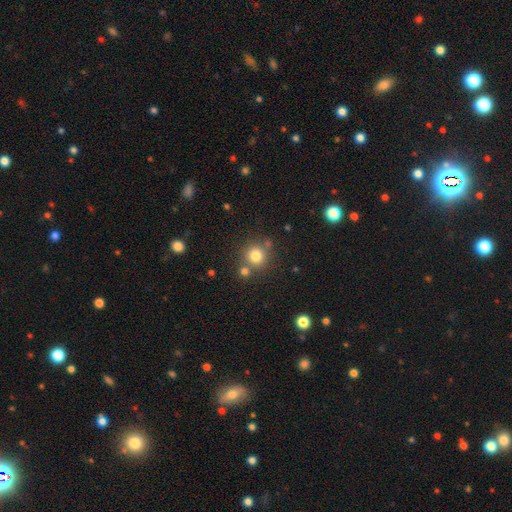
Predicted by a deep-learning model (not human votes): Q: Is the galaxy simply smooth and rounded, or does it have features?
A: smooth — 79%.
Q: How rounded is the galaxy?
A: round — 90%.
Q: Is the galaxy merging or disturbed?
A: none — 71%.